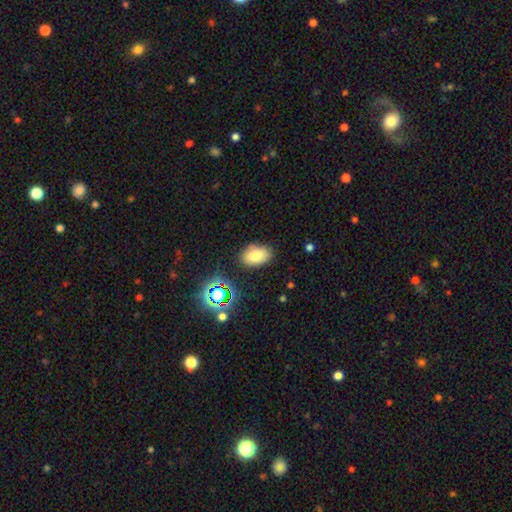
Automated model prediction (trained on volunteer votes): A smooth galaxy with no disk features (76%) that is in between round and cigar-shaped (88%). Merging: none (82%).